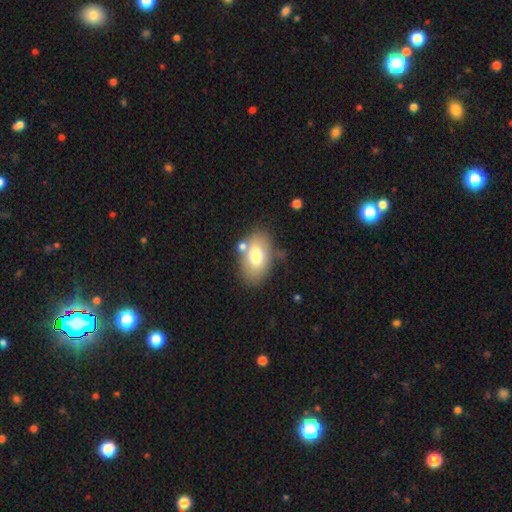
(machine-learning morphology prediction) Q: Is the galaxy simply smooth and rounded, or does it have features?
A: smooth — 71%.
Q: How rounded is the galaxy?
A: in between — 88%.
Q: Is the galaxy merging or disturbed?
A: none — 70%.